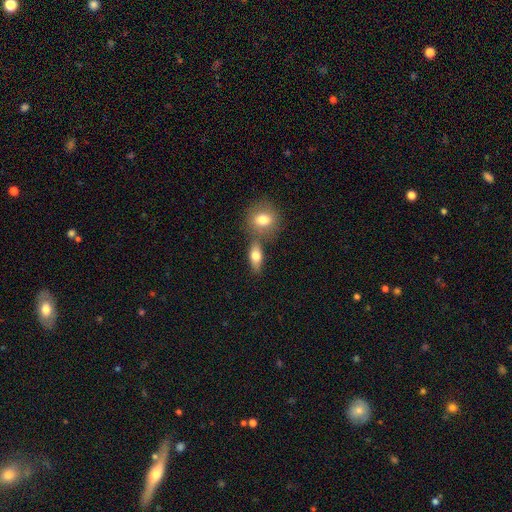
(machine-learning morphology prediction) This is likely a smooth galaxy (73%). How rounded: likely in between (71%). Merging: possibly none (59%).